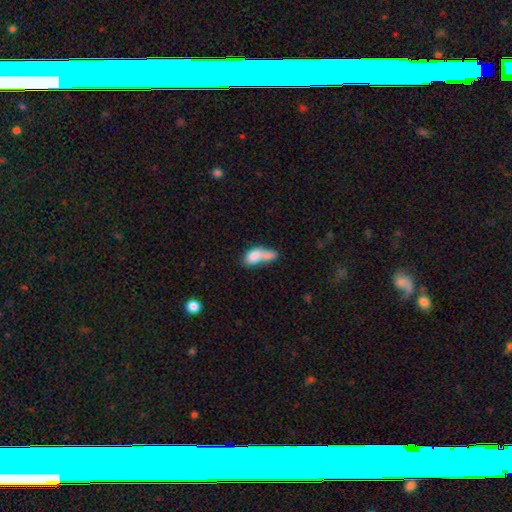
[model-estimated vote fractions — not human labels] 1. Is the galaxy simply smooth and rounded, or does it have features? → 73% smooth, 19% featured or disk, 9% star or artifact.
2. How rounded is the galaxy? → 76% in between, 16% cigar-shaped, 8% round.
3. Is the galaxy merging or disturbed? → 57% merger, 17% none, 13% minor disturbance, 13% major disturbance.